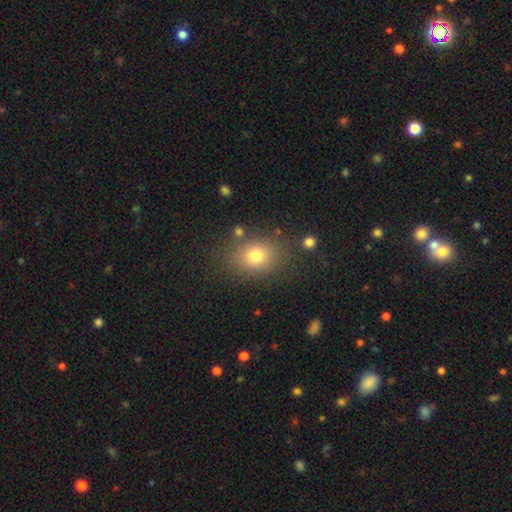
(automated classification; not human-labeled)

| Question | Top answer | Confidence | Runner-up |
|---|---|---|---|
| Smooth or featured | smooth | 76% | star or artifact (13%) |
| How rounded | in between | 55% | round (44%) |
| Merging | none | 80% | minor disturbance (11%) |